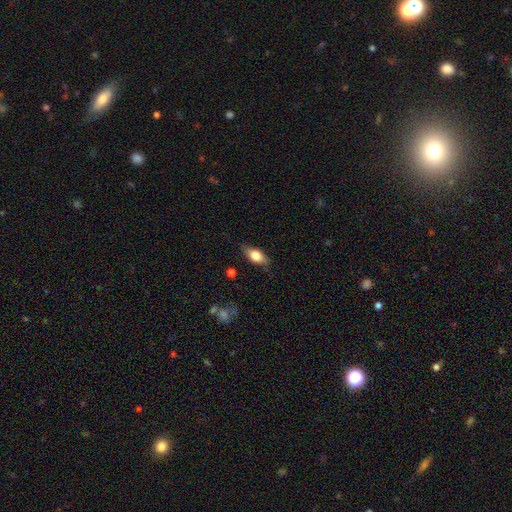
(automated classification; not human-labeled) Smooth or featured?
  - smooth: 72% *
  - featured or disk: 21%
  - star or artifact: 7%
How rounded?
  - in between: 83% *
  - cigar-shaped: 11%
  - round: 6%
Merging?
  - none: 74% *
  - minor disturbance: 20%
  - major disturbance: 5%
  - merger: 1%